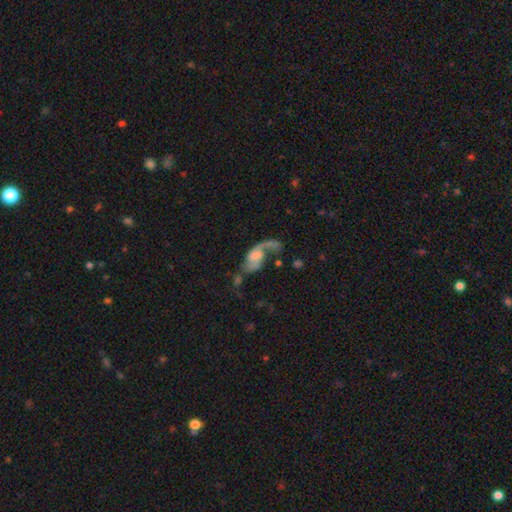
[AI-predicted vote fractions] The model was most divided on "bulge size": moderate: 33%, small: 31%, none: 20%, large: 13%, dominant: 3%. Remaining: edge-on disk — no (95%); spiral arms — yes (89%); smooth or featured — featured or disk (76%); spiral winding — loose (71%); spiral arm count — 2 (62%); bar — no (57%); merging — major disturbance (37%).